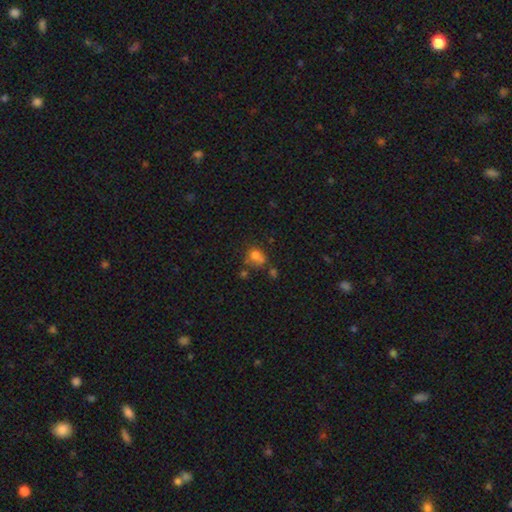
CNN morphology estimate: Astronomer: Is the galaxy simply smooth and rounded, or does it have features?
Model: smooth — 71%.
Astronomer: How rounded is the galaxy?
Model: round — 66%.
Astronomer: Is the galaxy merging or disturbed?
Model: none — 39% (runner-up: merger, 32%).